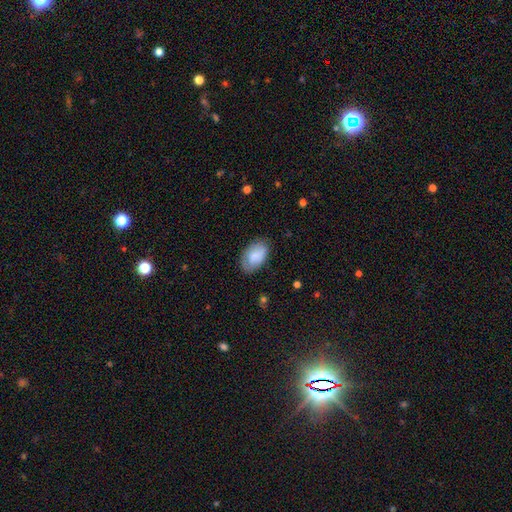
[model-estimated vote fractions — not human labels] Smooth or featured?
  - smooth: 82% *
  - featured or disk: 12%
  - star or artifact: 6%
How rounded?
  - in between: 94% *
  - round: 5%
  - cigar-shaped: 1%
Merging?
  - none: 78% *
  - minor disturbance: 17%
  - major disturbance: 4%
  - merger: 1%